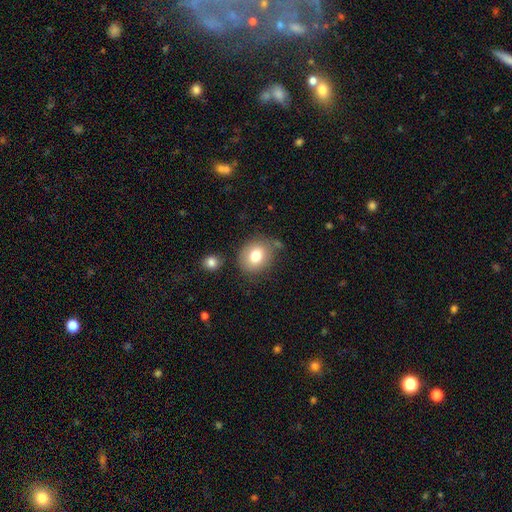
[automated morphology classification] Q: Smooth or featured?
A: smooth (78%); runner-up: featured or disk (12%)
Q: How rounded?
A: round (63%); runner-up: in between (36%)
Q: Merging?
A: none (72%); runner-up: minor disturbance (16%)